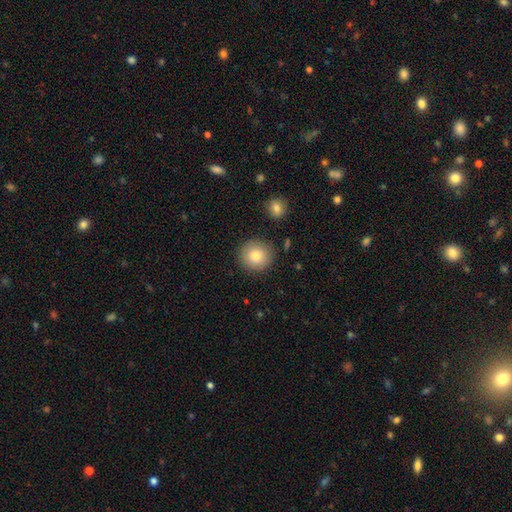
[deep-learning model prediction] Smooth or featured?
  - smooth: 82% *
  - featured or disk: 9%
  - star or artifact: 8%
How rounded?
  - round: 92% *
  - in between: 7%
  - cigar-shaped: 1%
Merging?
  - none: 87% *
  - minor disturbance: 8%
  - major disturbance: 3%
  - merger: 2%